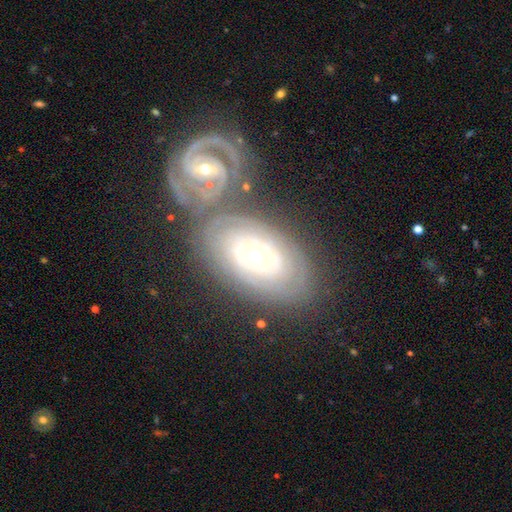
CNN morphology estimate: type=featured or disk (81%); edge-on=no (94%); bar=no (68%); spiral arms=yes (90%); winding=tight (79%); arm count=2 (45%); bulge=moderate (58%); merging=none (43%).